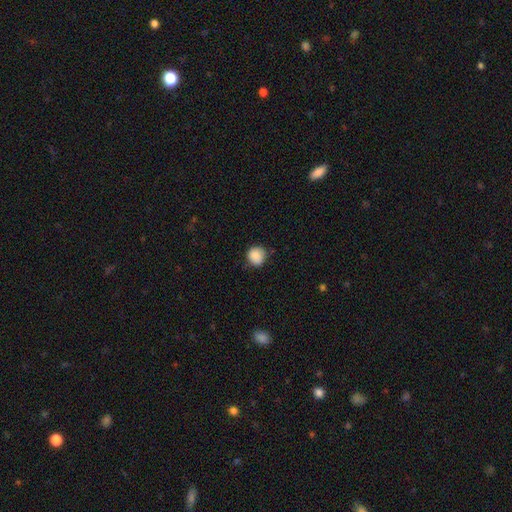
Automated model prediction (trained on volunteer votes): Smooth or featured? smooth (88%)
How rounded? round (88%)
Merging? none (76%)